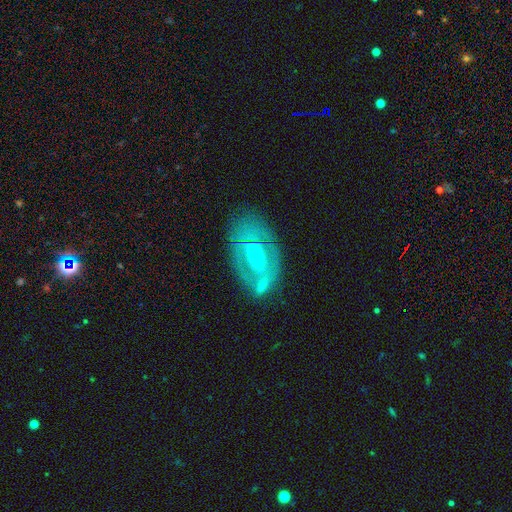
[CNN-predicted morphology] A featured or disk galaxy (66%) with no bar (49%), no spiral arms (57%) and a small central bulge (49%). Merging: none (49%).